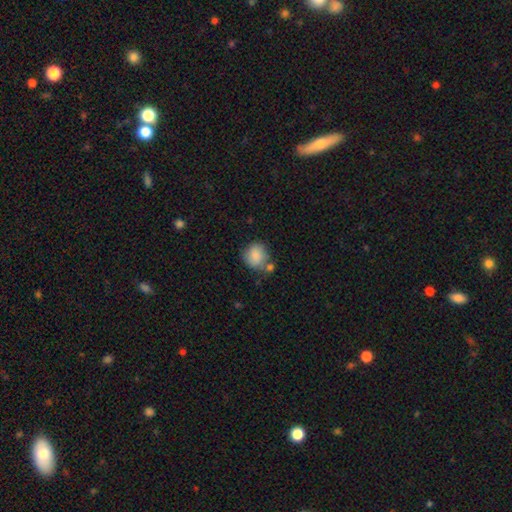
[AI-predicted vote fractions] Morphology: type=smooth (83%); roundness=round (80%); merging=none (57%).